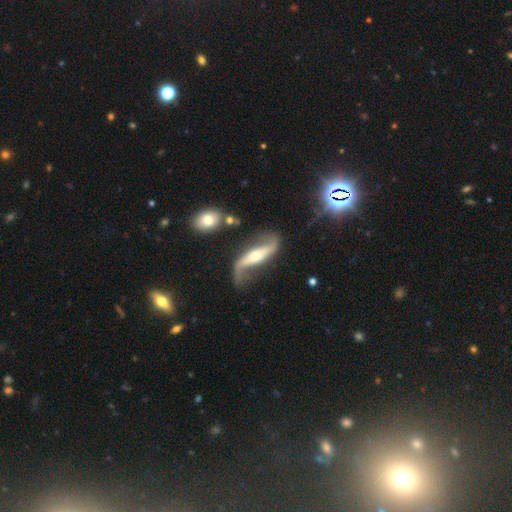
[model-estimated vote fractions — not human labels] A featured or disk galaxy (84%) with a strong bar (46%), 2 (90%) loose (86%) spiral arms (94%) and a moderate central bulge (49%). Merging: none (58%).